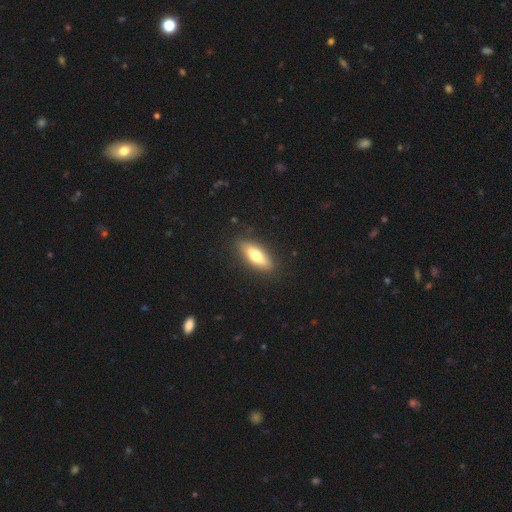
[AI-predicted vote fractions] This is likely a smooth galaxy (67%). How rounded: likely in between (65%). Merging: clearly none (86%).